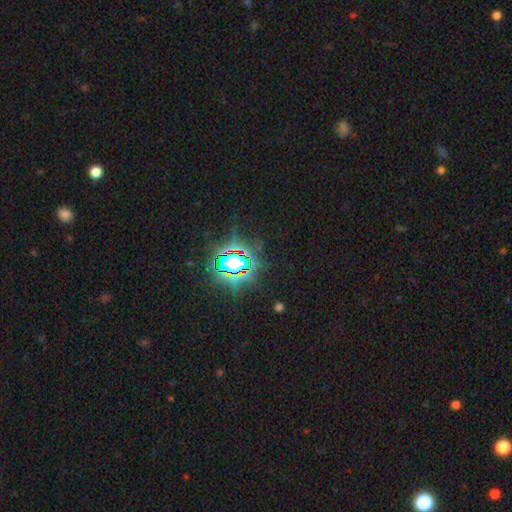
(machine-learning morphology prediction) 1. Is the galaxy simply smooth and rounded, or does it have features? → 83% star or artifact, 10% smooth, 7% featured or disk.